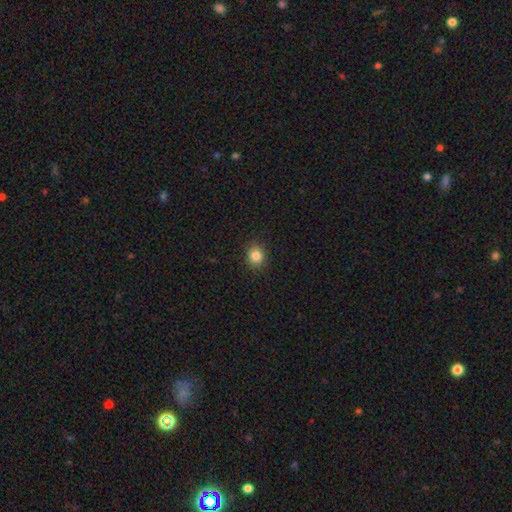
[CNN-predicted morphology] Smooth or featured: smooth — 84% (star or artifact — 11%)
How rounded: round — 75% (in between — 24%)
Merging: none — 89% (minor disturbance — 8%)